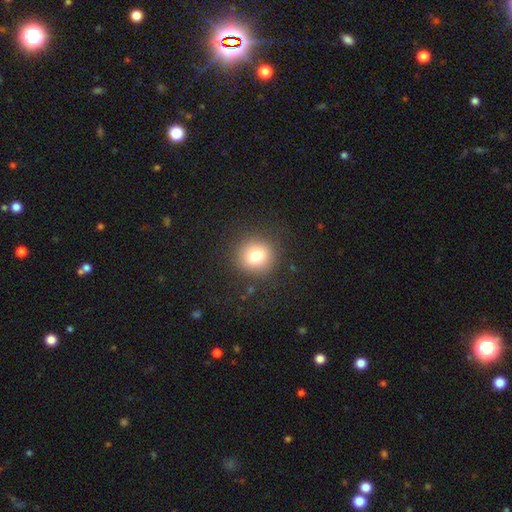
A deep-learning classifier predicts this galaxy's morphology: Smooth or featured?
  - smooth: 77% *
  - star or artifact: 12%
  - featured or disk: 10%
How rounded?
  - round: 89% *
  - in between: 10%
  - cigar-shaped: 1%
Merging?
  - none: 88% *
  - minor disturbance: 7%
  - major disturbance: 3%
  - merger: 1%